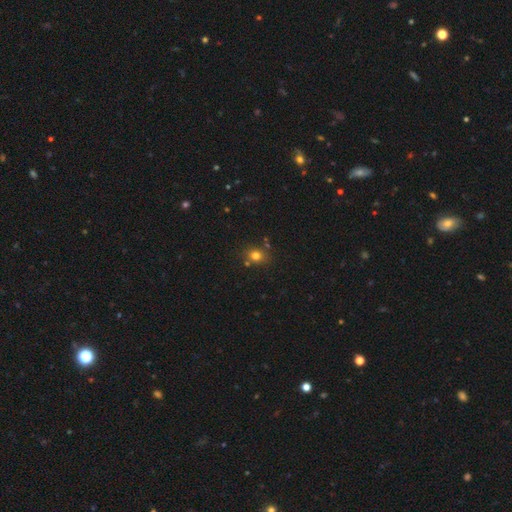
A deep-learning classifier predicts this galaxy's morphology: Smooth or featured? smooth (76%)
How rounded? round (64%)
Merging? none (76%)